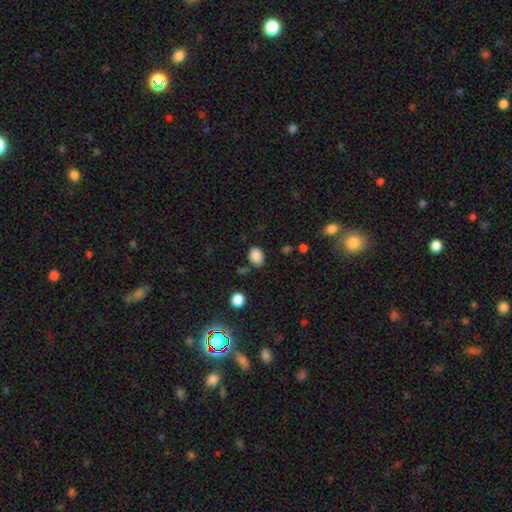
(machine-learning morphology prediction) smooth-or-featured: smooth: 86% | star or artifact: 10% | featured or disk: 5%
  how-rounded: in between: 70% | round: 30% | cigar-shaped: 1%
  merging: none: 82% | minor disturbance: 11% | merger: 3% | major disturbance: 3%